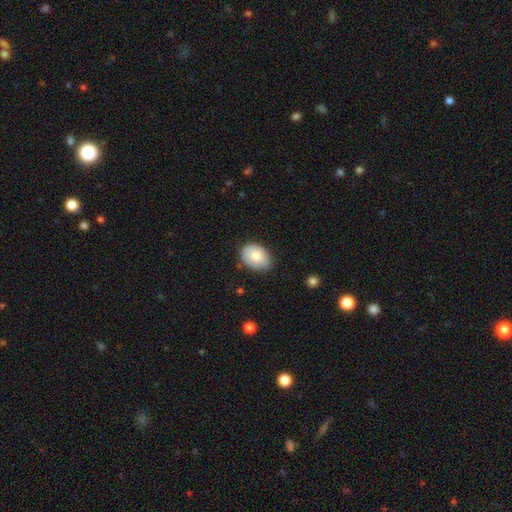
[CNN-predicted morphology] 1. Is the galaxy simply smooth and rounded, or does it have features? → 80% smooth, 13% featured or disk, 7% star or artifact.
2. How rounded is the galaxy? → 77% in between, 22% round, 1% cigar-shaped.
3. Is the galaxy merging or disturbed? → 75% none, 20% minor disturbance, 3% major disturbance, 1% merger.